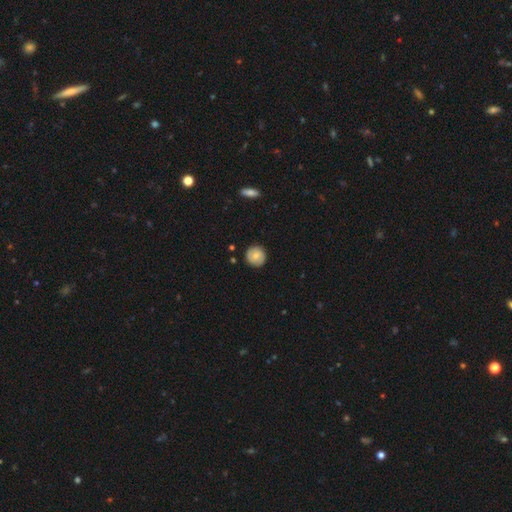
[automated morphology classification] smooth_or_featured: smooth (p=0.66) [alt: featured or disk p=0.26]
how_rounded: round (p=0.93) [alt: in between p=0.06]
merging: none (p=0.87) [alt: minor disturbance p=0.10]